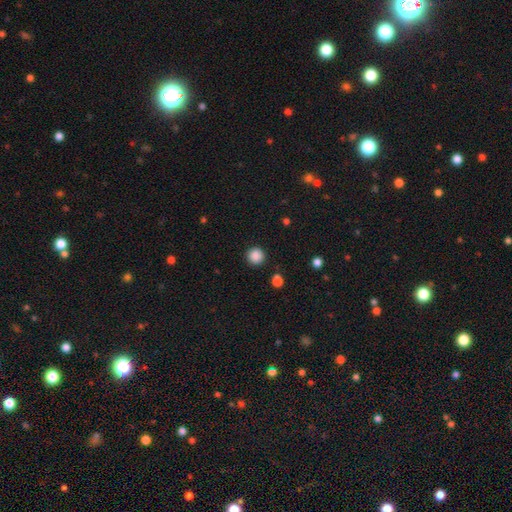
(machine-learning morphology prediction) A smooth galaxy with no disk features (87%) that is round (94%). Merging: none (90%).